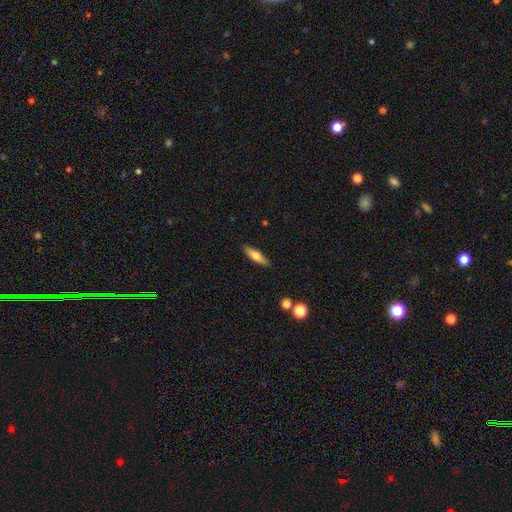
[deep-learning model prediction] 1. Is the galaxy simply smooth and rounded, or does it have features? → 49% smooth, 44% featured or disk, 7% star or artifact.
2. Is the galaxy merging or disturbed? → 89% none, 8% minor disturbance, 2% major disturbance, 1% merger.